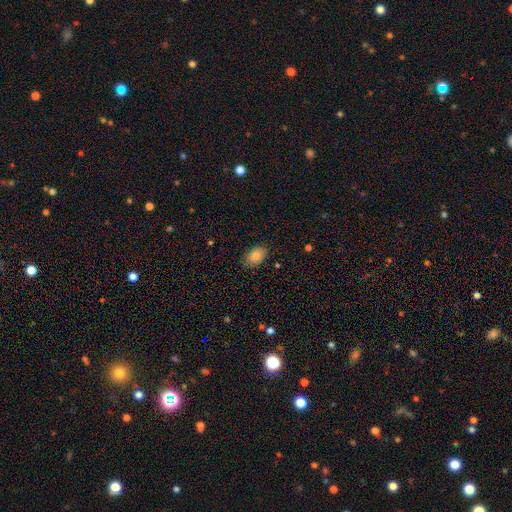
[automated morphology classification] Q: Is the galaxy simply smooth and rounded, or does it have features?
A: smooth — 81%.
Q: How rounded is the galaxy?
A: in between — 86%.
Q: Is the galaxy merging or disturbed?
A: none — 85%.